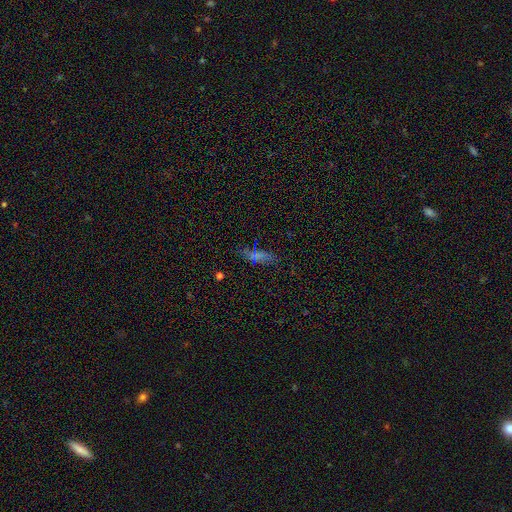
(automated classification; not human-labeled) smooth_or_featured: smooth (p=0.52) [alt: star or artifact p=0.26]
how_rounded: cigar-shaped (p=0.50) [alt: in between p=0.44]
merging: none (p=0.70) [alt: minor disturbance p=0.20]